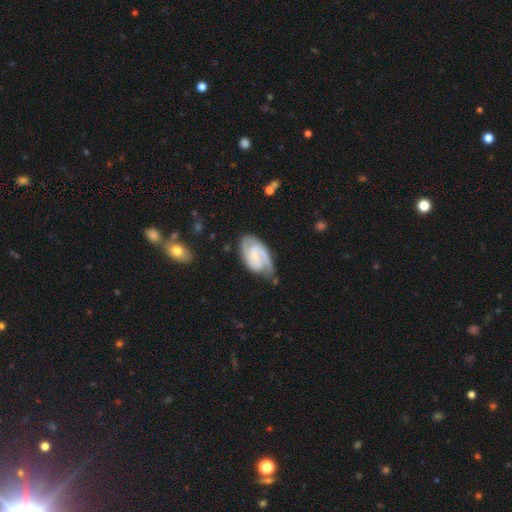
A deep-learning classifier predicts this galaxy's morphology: The model was most divided on "spiral winding": medium: 46%, tight: 43%, loose: 11%. Remaining: edge-on disk — no (97%); spiral arms — yes (97%); smooth or featured — featured or disk (86%); spiral arm count — 2 (71%); merging — none (66%); bulge size — small (61%); bar — weak (45%).